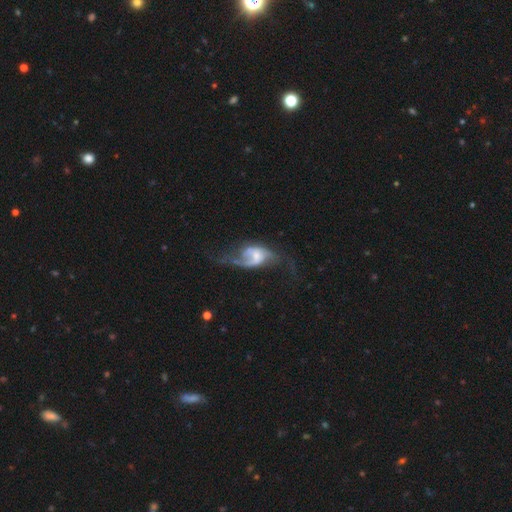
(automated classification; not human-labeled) A featured or disk galaxy (75%) with no bar (48%), 2 (71%) loose (68%) spiral arms (85%) and a small central bulge (39%). Merging: major disturbance (43%).